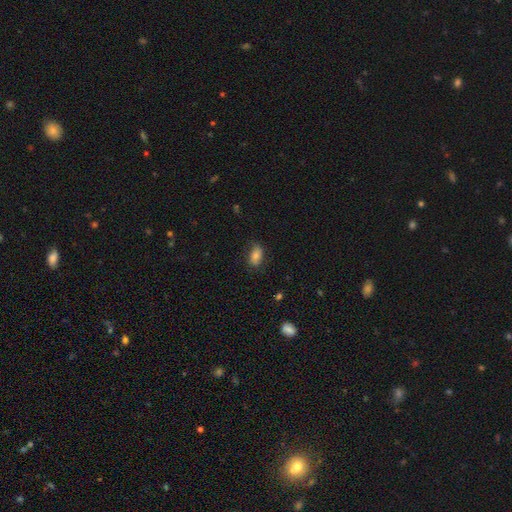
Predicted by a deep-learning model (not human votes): smooth_or_featured: smooth (p=0.75) [alt: featured or disk p=0.15]
how_rounded: in between (p=0.89) [alt: round p=0.08]
merging: none (p=0.75) [alt: minor disturbance p=0.19]